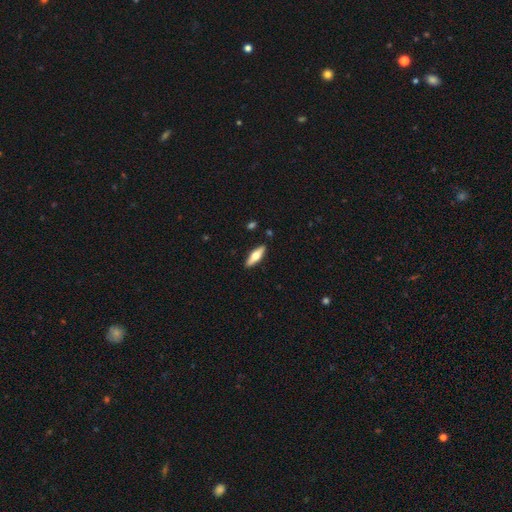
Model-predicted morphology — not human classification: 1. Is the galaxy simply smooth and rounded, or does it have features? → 48% smooth, 46% featured or disk, 6% star or artifact.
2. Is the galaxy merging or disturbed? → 90% none, 7% minor disturbance, 2% major disturbance, 1% merger.